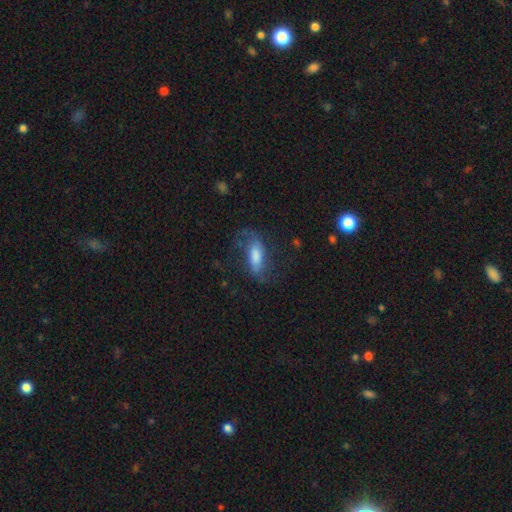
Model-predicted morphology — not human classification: Smooth or featured: featured or disk — 61% (smooth — 26%)
Edge-on disk: no — 83% (yes — 17%)
Bar: weak — 38% (strong — 32%)
Spiral arms: yes — 88% (no — 12%)
Bulge size: moderate — 43% (small — 23%)
Merging: none — 66% (minor disturbance — 18%)